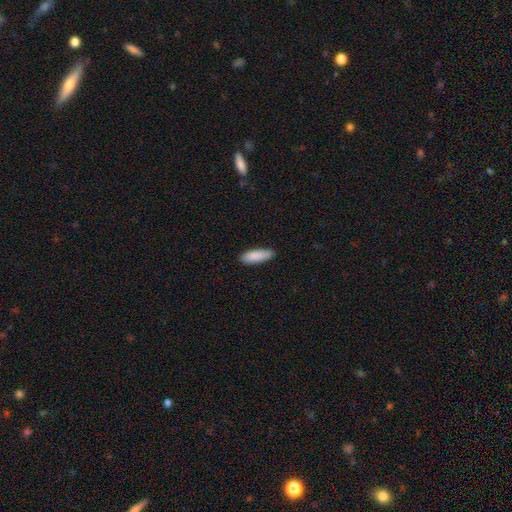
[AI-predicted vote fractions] smooth_or_featured: smooth (p=0.88) [alt: featured or disk p=0.06]
how_rounded: in between (p=0.57) [alt: cigar-shaped p=0.41]
merging: none (p=0.80) [alt: minor disturbance p=0.16]